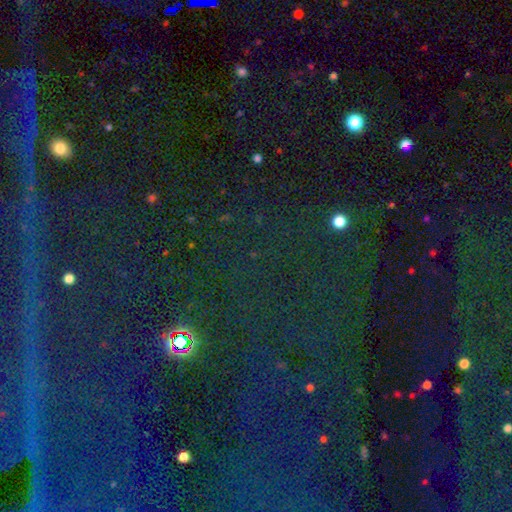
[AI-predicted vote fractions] A star or artifact, not a galaxy (82%).